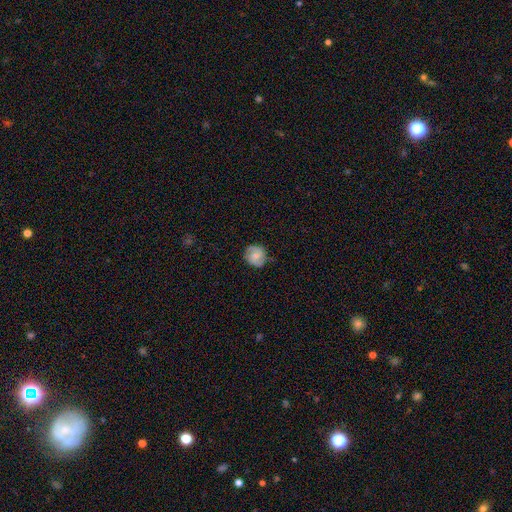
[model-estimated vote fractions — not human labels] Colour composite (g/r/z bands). It shows a featured or disk galaxy (56%) with no bar (47%), spiral arms (90%) and a small central bulge (38%). Merging: none (79%).